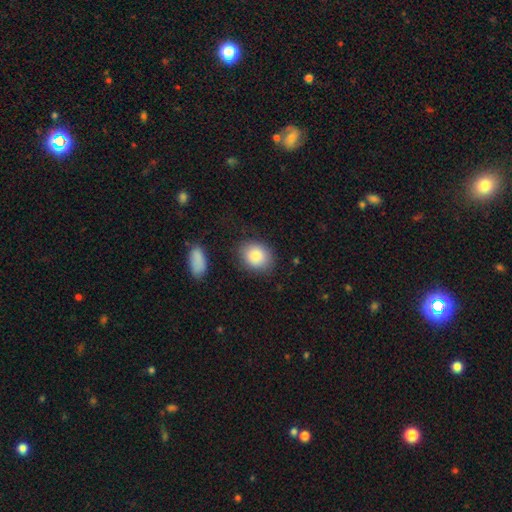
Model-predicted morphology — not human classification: Smooth or featured? smooth (84%)
How rounded? in between (50%)
Merging? none (80%)